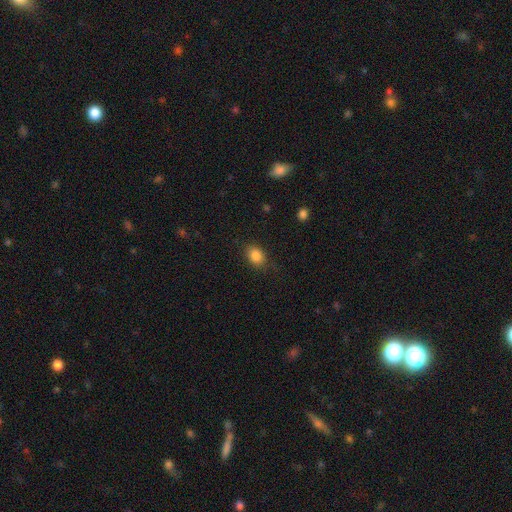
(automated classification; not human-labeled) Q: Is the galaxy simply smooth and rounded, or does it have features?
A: smooth — 85%.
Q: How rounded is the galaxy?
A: in between — 69%.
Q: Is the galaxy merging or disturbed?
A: none — 83%.